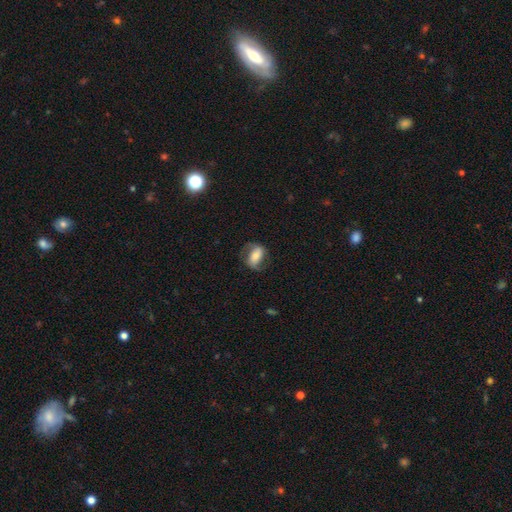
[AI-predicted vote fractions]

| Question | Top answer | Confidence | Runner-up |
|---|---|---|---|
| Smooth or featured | featured or disk | 49% | smooth (44%) |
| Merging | none | 65% | minor disturbance (21%) |